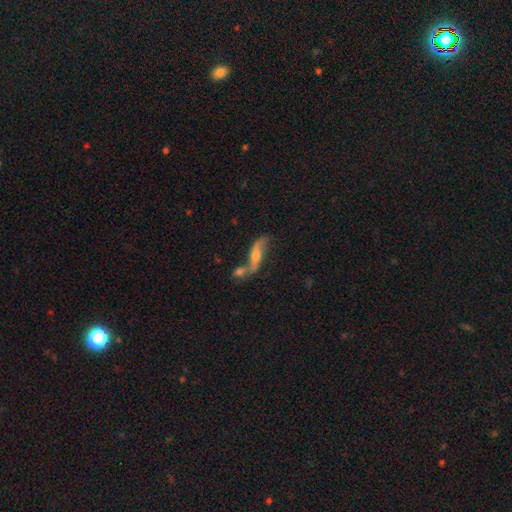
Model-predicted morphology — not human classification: smooth-or-featured: featured or disk: 71% | smooth: 21% | star or artifact: 8%
  disk-edge-on: no: 78% | yes: 22%
    bar: no: 54% | weak: 31% | strong: 15%
    has-spiral-arms: yes: 84% | no: 16%
    bulge-size: moderate: 53% | small: 32% | large: 7% | none: 6% | dominant: 2%
  merging: merger: 46% | none: 33% | minor disturbance: 13% | major disturbance: 9%